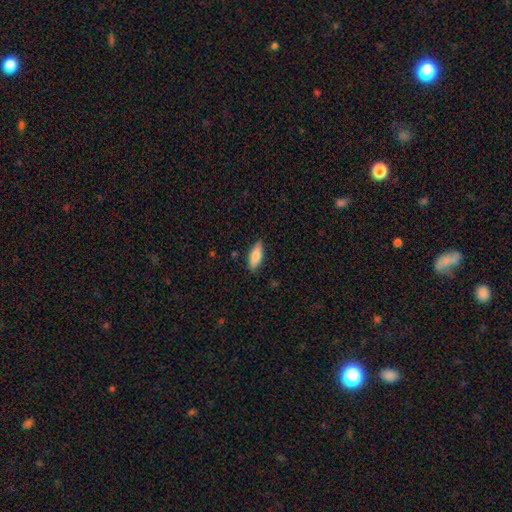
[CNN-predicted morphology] A smooth galaxy with no disk features (78%) that is in between round and cigar-shaped (69%). Merging: none (85%).